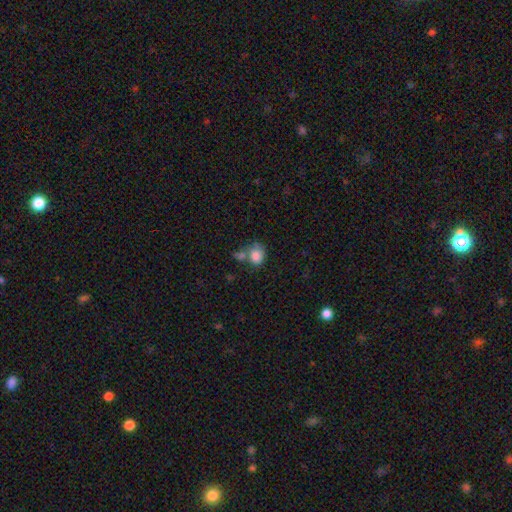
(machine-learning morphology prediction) The model was most divided on "merging": none: 40%, merger: 33%, minor disturbance: 18%, major disturbance: 9%. More confident: smooth or featured — smooth (83%); how rounded — round (54%).